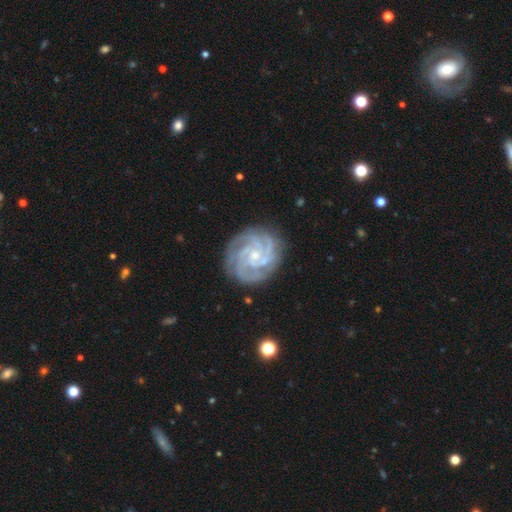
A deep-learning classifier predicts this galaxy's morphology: The model was most divided on "spiral arm count": 4: 32%, 3: 31%, can't tell: 12%, 2: 10%, more than 4: 9%, 1: 7%. More confident: spiral arms — yes (99%); edge-on disk — no (98%); smooth or featured — featured or disk (91%); merging — none (81%); spiral winding — tight (74%); bulge size — small (71%); bar — no (68%).